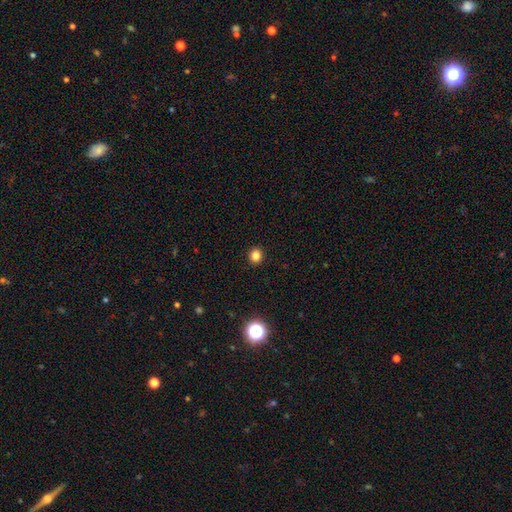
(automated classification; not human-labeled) Overall: smooth (83%). How rounded: round (89%). Merging: none (93%).